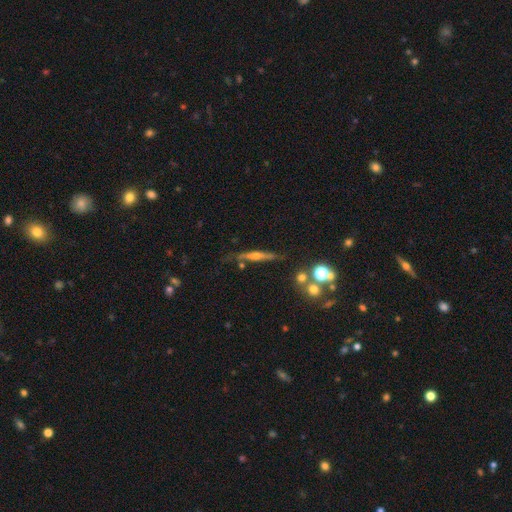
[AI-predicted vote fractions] A featured or disk galaxy (64%) viewed edge-on (93%) with a rounded central bulge (79%). Merging: none (71%).